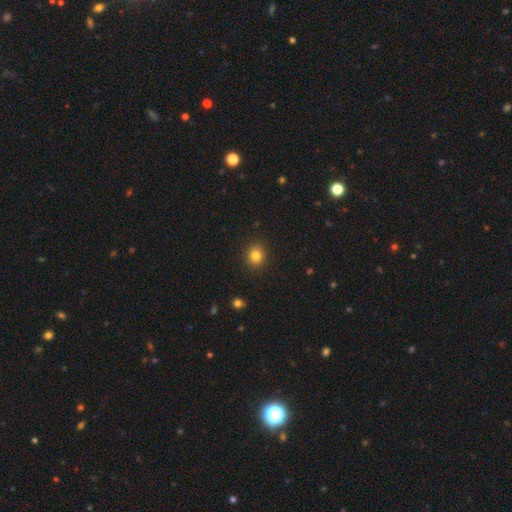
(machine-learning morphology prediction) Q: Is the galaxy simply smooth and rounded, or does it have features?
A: smooth — 83%.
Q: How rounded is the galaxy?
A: round — 78%.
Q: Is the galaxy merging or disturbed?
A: none — 89%.